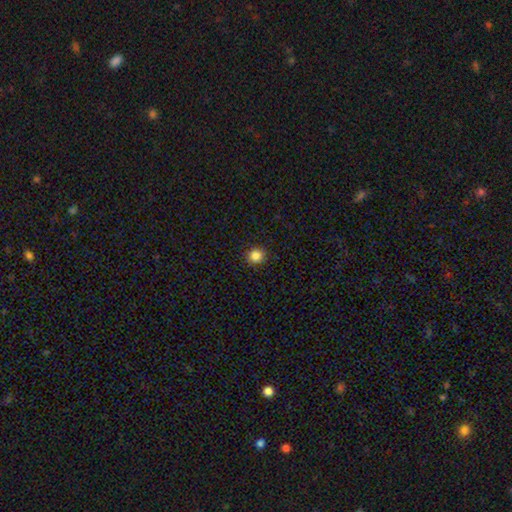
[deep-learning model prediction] Morphology: type=smooth (85%); roundness=round (92%); merging=none (92%).